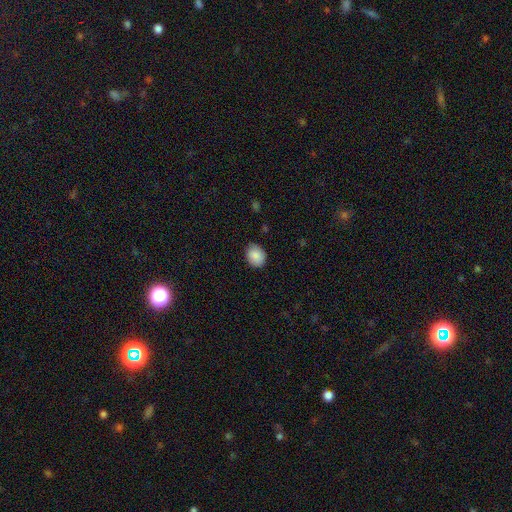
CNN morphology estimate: A smooth galaxy with no disk features (87%) that is in between round and cigar-shaped (55%). Merging: none (82%).